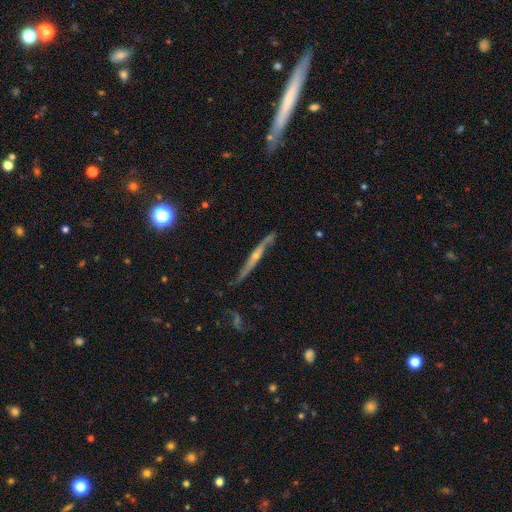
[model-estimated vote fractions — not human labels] Smooth or featured? featured or disk (76%)
Edge-on disk? yes (88%)
Edge-on bulge? rounded (69%)
Merging? none (71%)